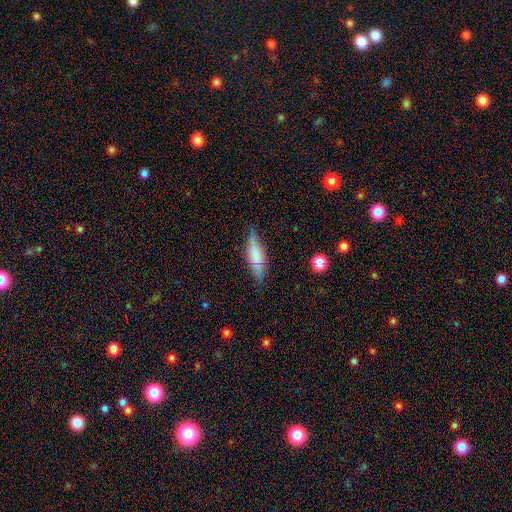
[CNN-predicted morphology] smooth_or_featured: smooth (p=0.61) [alt: featured or disk p=0.30]
how_rounded: in between (p=0.51) [alt: cigar-shaped p=0.47]
merging: none (p=0.69) [alt: minor disturbance p=0.22]